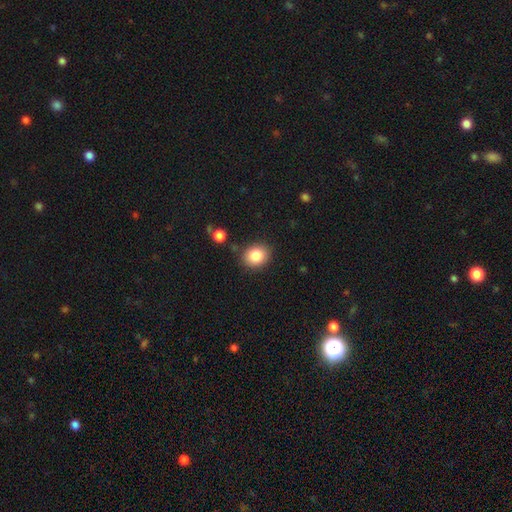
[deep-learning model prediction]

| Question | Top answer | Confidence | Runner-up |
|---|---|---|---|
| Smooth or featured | smooth | 84% | star or artifact (9%) |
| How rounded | round | 63% | in between (36%) |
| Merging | none | 85% | minor disturbance (9%) |